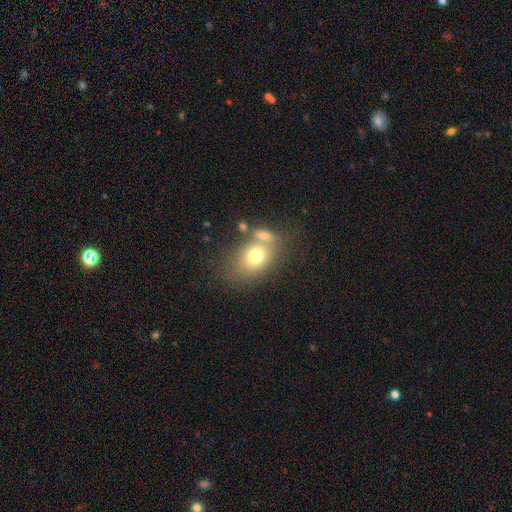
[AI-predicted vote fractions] smooth-or-featured: smooth: 71% | featured or disk: 18% | star or artifact: 10%
  how-rounded: in between: 67% | round: 31% | cigar-shaped: 1%
  merging: none: 46% | merger: 32% | minor disturbance: 15% | major disturbance: 8%